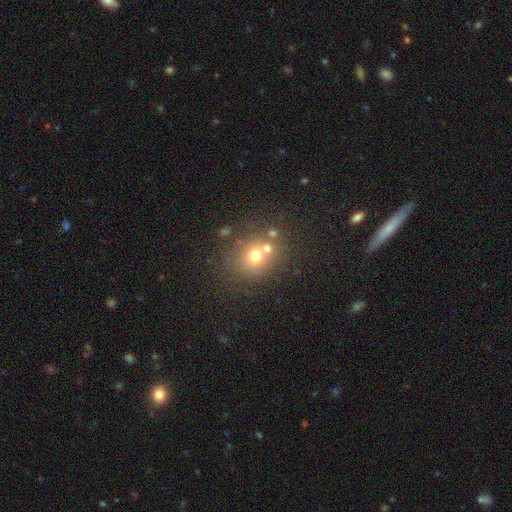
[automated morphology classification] Smooth or featured? Predicted: smooth (p=0.65). How rounded? Predicted: round (p=0.77). Merging? Predicted: none (p=0.54).